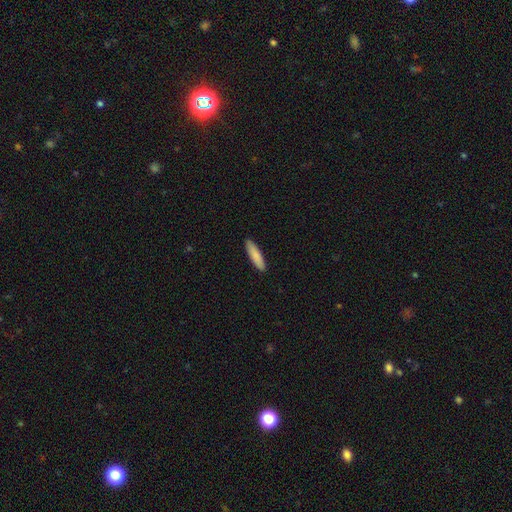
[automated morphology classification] A smooth galaxy with no disk features (87%) that is cigar-shaped (76%).

Vote fractions:
- Smooth or featured? smooth: 87% / featured or disk: 8% / star or artifact: 5%
- How rounded? cigar-shaped: 76% / in between: 22% / round: 1%
- Merging? none: 91% / minor disturbance: 7% / major disturbance: 1% / merger: 1%